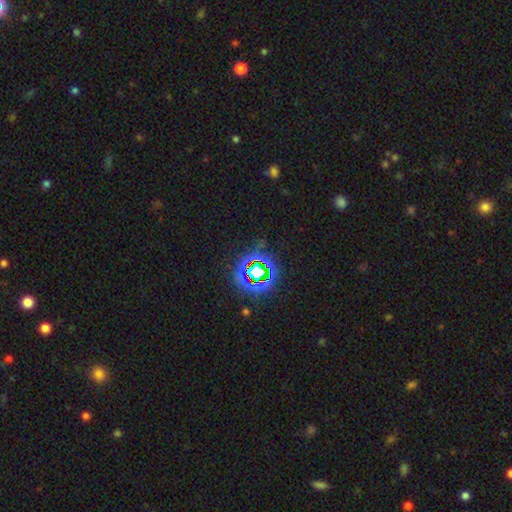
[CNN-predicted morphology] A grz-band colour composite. It shows a star or artifact, not a galaxy (78%).